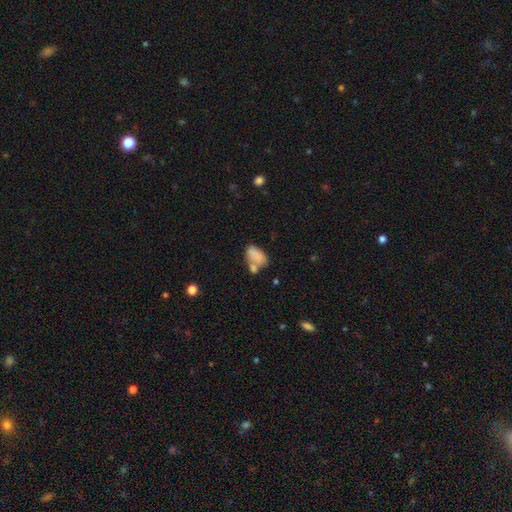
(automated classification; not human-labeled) A smooth galaxy with no disk features (78%) that is in between round and cigar-shaped (89%).

Vote fractions:
- Smooth or featured? smooth: 78% / featured or disk: 13% / star or artifact: 9%
- How rounded? in between: 89% / round: 8% / cigar-shaped: 2%
- Merging? merger: 37% / none: 36% / minor disturbance: 18% / major disturbance: 9%